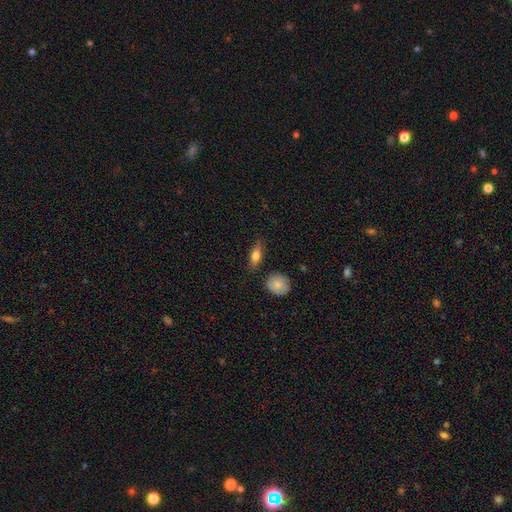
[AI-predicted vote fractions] smooth-or-featured: smooth: 72% | featured or disk: 21% | star or artifact: 7%
  how-rounded: in between: 68% | cigar-shaped: 25% | round: 6%
  merging: none: 80% | minor disturbance: 13% | major disturbance: 3% | merger: 3%